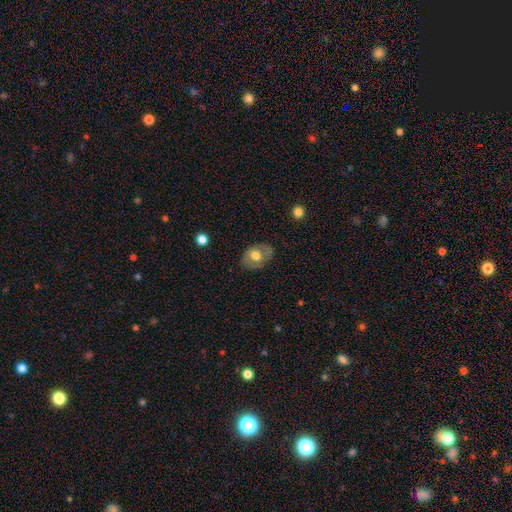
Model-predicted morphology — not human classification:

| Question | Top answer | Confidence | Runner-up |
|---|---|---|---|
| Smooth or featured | smooth | 56% | featured or disk (36%) |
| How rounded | in between | 72% | round (27%) |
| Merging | none | 75% | minor disturbance (18%) |